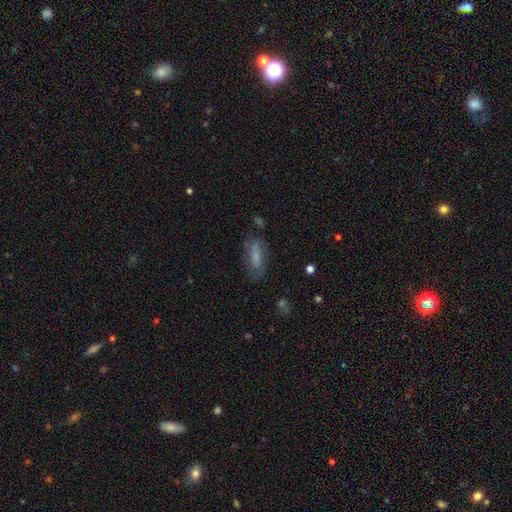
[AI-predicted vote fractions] Smooth or featured? Predicted: smooth (p=0.60). How rounded? Predicted: in between (p=0.58). Merging? Predicted: none (p=0.65).